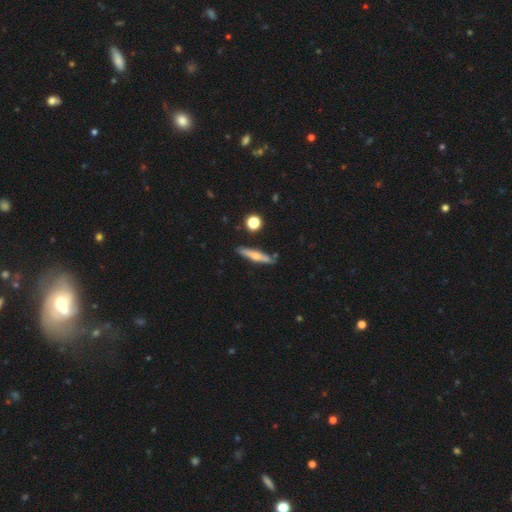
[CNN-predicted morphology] Q: Smooth or featured?
A: smooth (47%); runner-up: featured or disk (46%)
Q: Merging?
A: none (82%); runner-up: minor disturbance (12%)